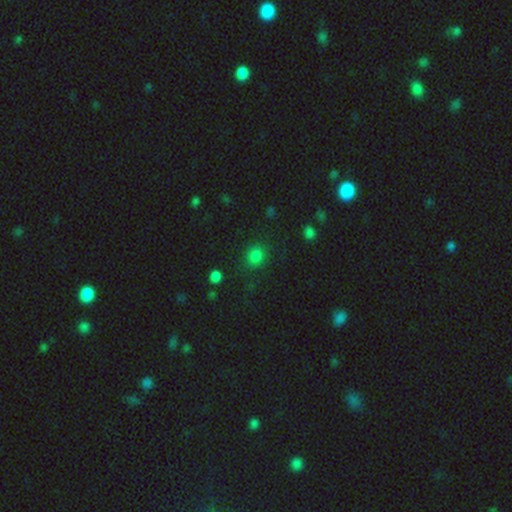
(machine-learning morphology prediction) smooth 79%, star or artifact 16%, featured or disk 5%. Down the decision tree: how rounded — round (69%); merging — none (83%).